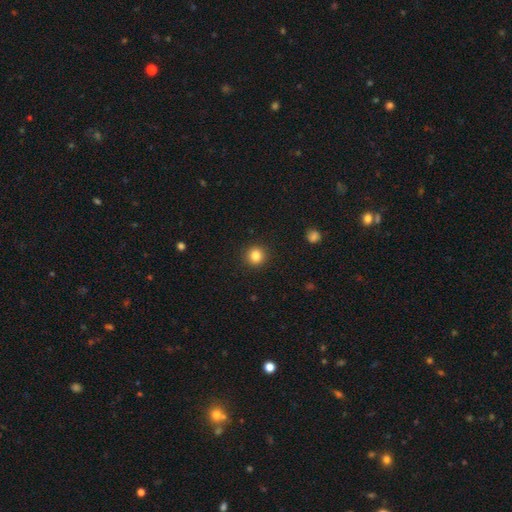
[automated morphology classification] Smooth or featured? smooth (85%)
How rounded? round (92%)
Merging? none (92%)